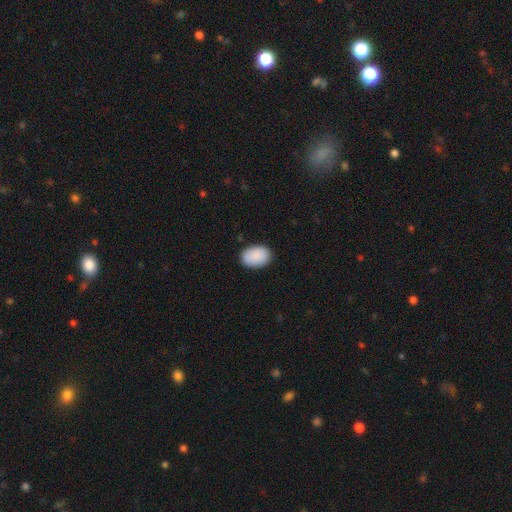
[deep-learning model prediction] Morphology: type=smooth (90%); roundness=in between (84%); merging=none (87%).